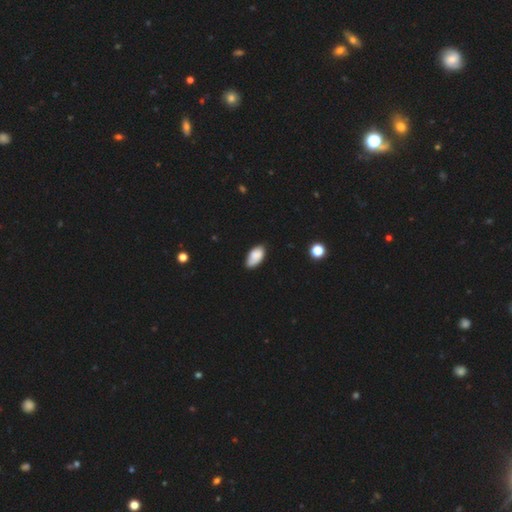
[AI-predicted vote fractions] Overall: smooth (84%). How rounded: in between (94%). Merging: none (70%).